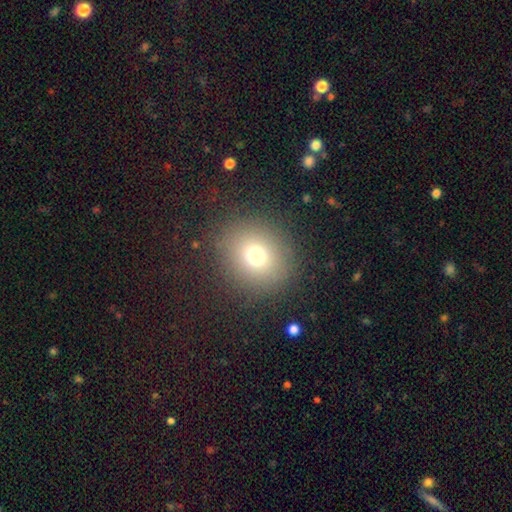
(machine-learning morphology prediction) A smooth galaxy with no disk features (72%) that is round (80%). Merging: none (86%).